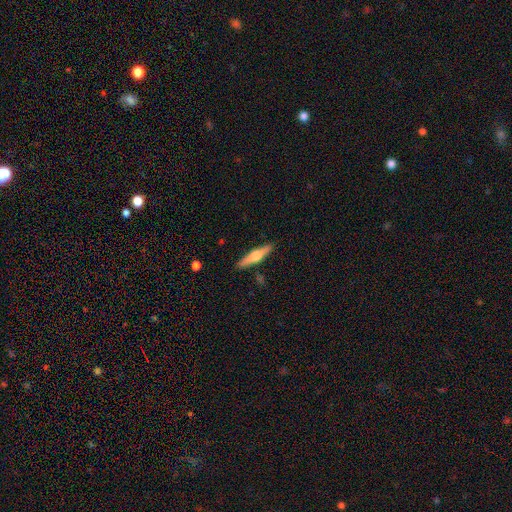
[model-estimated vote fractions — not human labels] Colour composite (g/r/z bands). It shows a featured or disk galaxy (57%) viewed edge-on (96%) with a rounded central bulge (93%). Merging: none (89%).